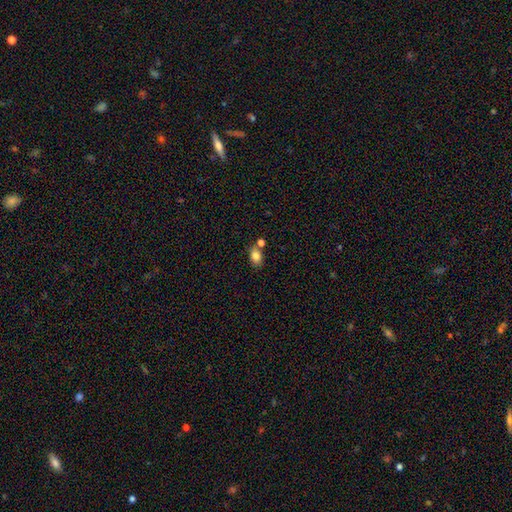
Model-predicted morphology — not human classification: A smooth galaxy with no disk features (81%) that is in between round and cigar-shaped (78%). Merging: none (63%).